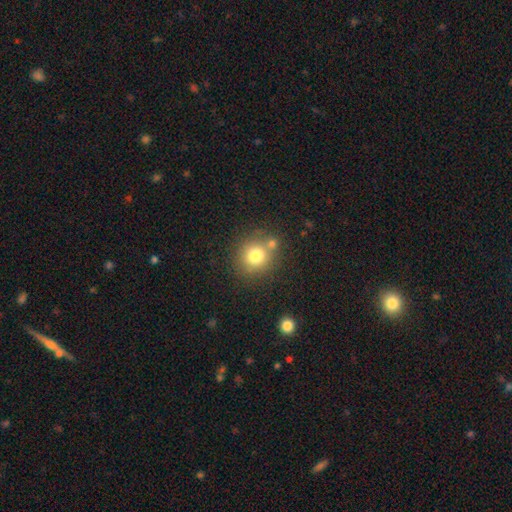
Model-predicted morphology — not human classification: The model was most divided on "merging": none: 69%, merger: 17%, minor disturbance: 11%, major disturbance: 4%. More confident: how rounded — round (87%); smooth or featured — smooth (76%).